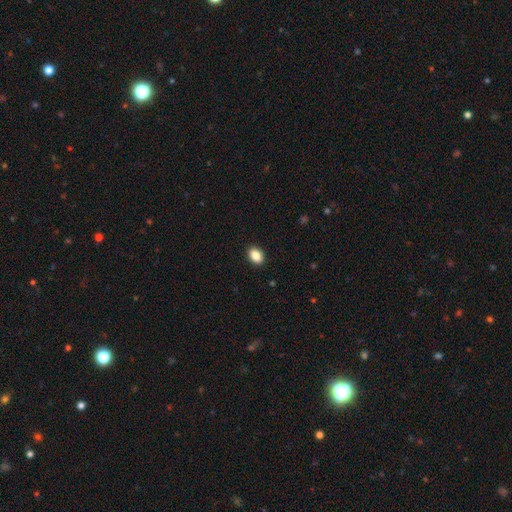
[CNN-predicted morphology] This appears to be a smooth galaxy with no disk features (87%) that is in between round and cigar-shaped (80%). Merging: none (91%).